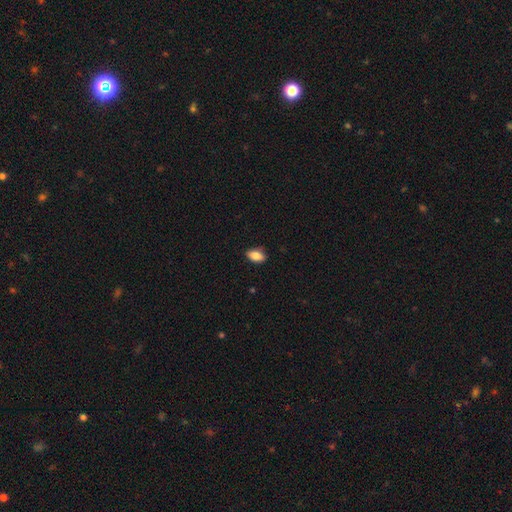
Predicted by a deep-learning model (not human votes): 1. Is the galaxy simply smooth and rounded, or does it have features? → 84% smooth, 9% featured or disk, 8% star or artifact.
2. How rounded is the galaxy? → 89% in between, 7% round, 4% cigar-shaped.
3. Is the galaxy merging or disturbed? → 84% none, 13% minor disturbance, 2% major disturbance, 1% merger.